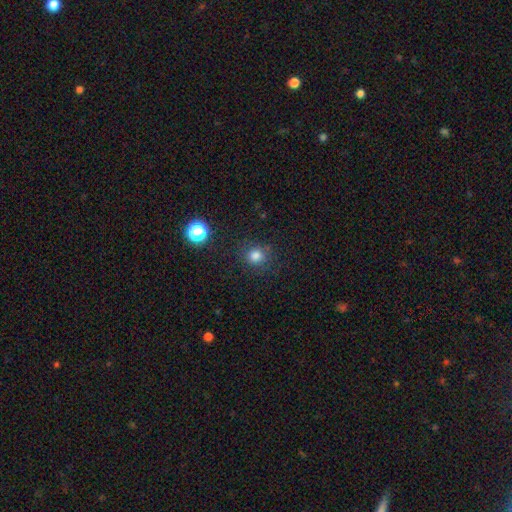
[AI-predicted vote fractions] Morphology: type=smooth (79%); roundness=round (86%); merging=none (84%).